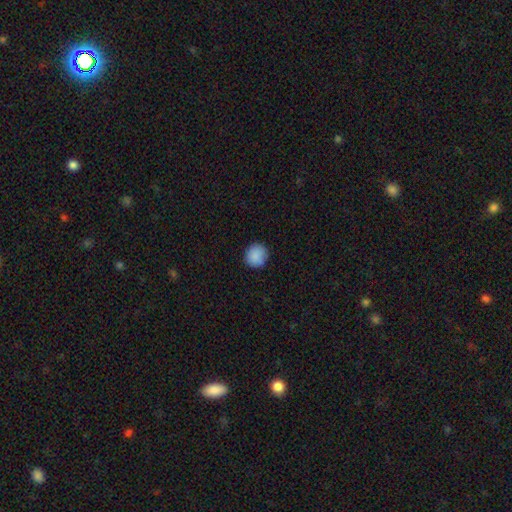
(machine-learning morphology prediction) Smooth or featured?
  - smooth: 89% *
  - star or artifact: 8%
  - featured or disk: 4%
How rounded?
  - round: 91% *
  - in between: 8%
  - cigar-shaped: 1%
Merging?
  - none: 88% *
  - minor disturbance: 9%
  - major disturbance: 2%
  - merger: 1%